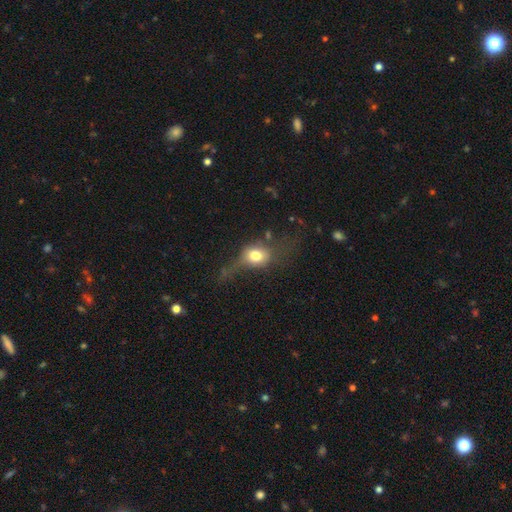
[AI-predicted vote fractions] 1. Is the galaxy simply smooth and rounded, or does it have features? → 65% smooth, 25% featured or disk, 11% star or artifact.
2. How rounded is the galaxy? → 51% round, 45% in between, 4% cigar-shaped.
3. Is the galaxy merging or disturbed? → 40% none, 31% major disturbance, 25% minor disturbance, 4% merger.